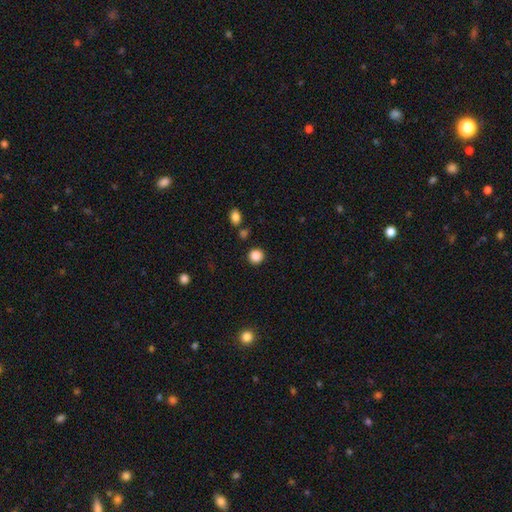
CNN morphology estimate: type=smooth (86%); roundness=round (91%); merging=none (88%).